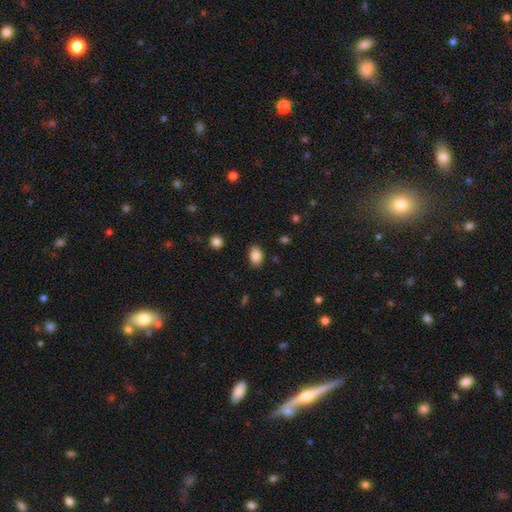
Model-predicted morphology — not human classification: Smooth or featured? Predicted: smooth (p=0.85). How rounded? Predicted: in between (p=0.82). Merging? Predicted: none (p=0.87).